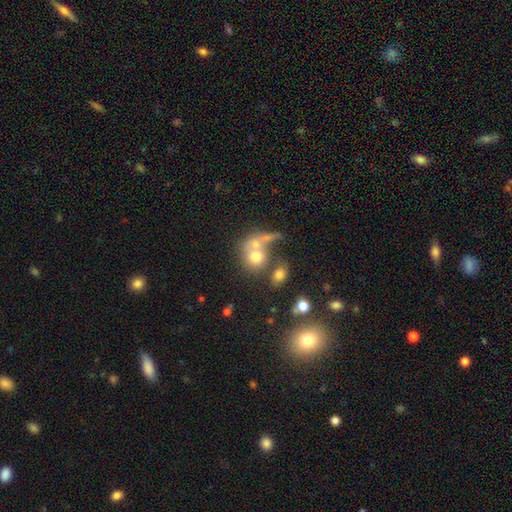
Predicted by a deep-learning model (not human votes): This is likely a smooth galaxy (62%). How rounded: likely round (67%). Merging: possibly merger (51%).